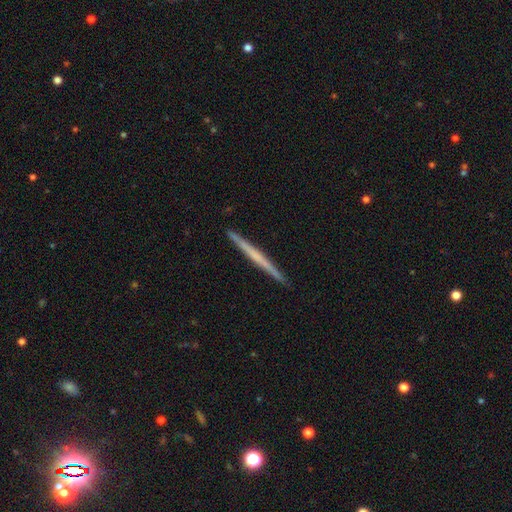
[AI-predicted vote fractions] Smooth or featured: featured or disk — 58% (smooth — 37%)
Edge-on disk: yes — 98% (no — 2%)
Edge-on bulge: none — 81% (rounded — 13%)
Merging: none — 92% (minor disturbance — 5%)